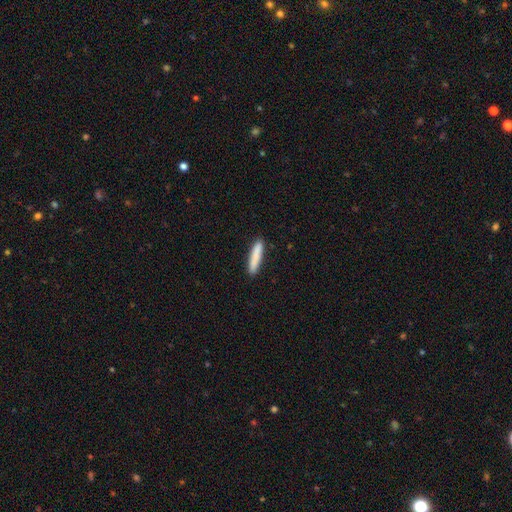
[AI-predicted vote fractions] Morphology: type=smooth (85%); roundness=cigar-shaped (91%); merging=none (90%).